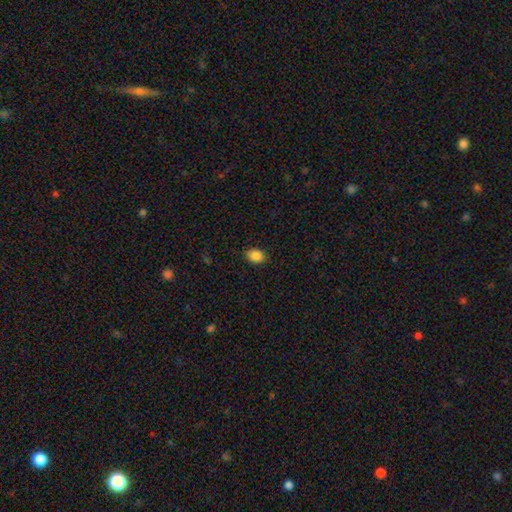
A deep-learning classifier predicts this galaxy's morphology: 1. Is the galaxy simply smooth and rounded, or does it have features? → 87% smooth, 9% star or artifact, 4% featured or disk.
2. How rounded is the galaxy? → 75% in between, 24% round, 1% cigar-shaped.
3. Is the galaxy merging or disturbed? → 88% none, 9% minor disturbance, 2% major disturbance, 1% merger.